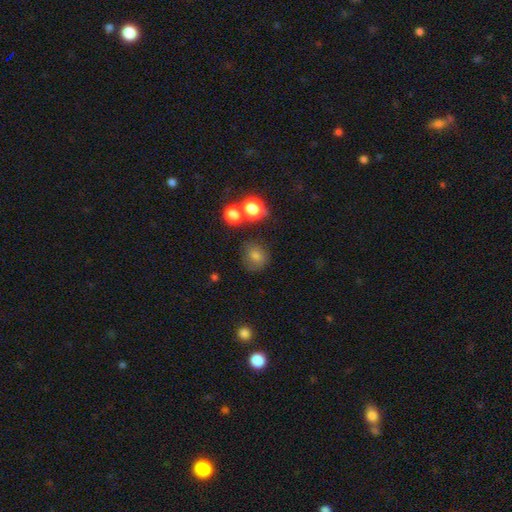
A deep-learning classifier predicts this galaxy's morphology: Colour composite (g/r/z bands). It shows a smooth galaxy with no disk features (75%) that is round (87%). Merging: none (76%).